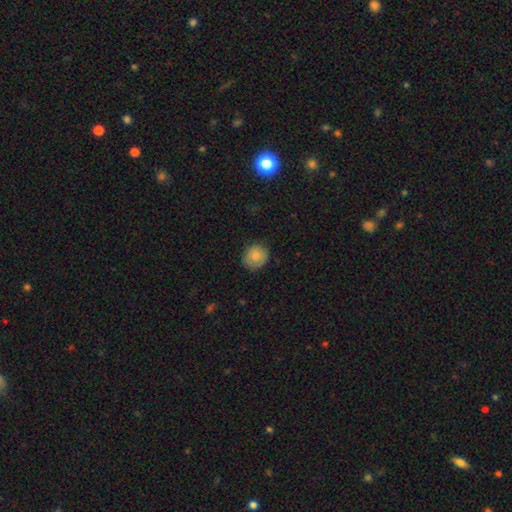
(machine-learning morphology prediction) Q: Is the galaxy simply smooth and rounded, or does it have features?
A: smooth — 81%.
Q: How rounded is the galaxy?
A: round — 77%.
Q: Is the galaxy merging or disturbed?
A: none — 80%.